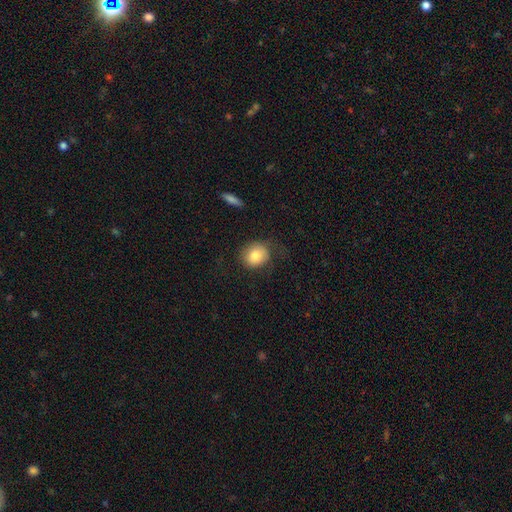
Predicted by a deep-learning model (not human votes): The model was most divided on "how rounded": round: 71%, in between: 28%, cigar-shaped: 1%. More confident: smooth or featured — smooth (80%); merging — none (68%).